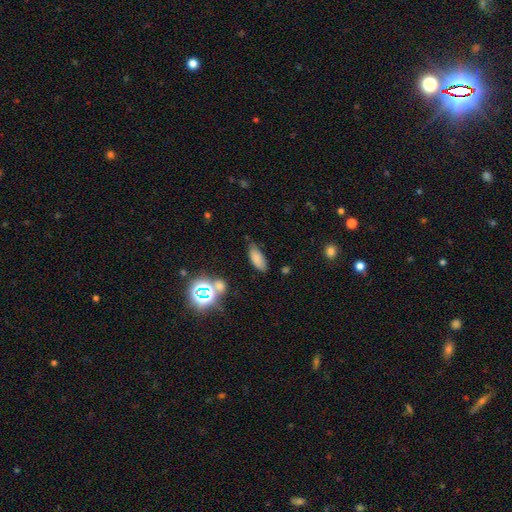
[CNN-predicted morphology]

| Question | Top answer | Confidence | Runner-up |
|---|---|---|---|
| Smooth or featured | smooth | 75% | star or artifact (16%) |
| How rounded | in between | 76% | cigar-shaped (21%) |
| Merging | none | 73% | minor disturbance (18%) |